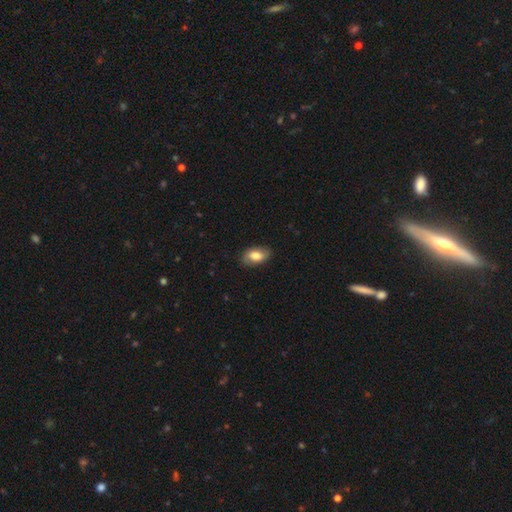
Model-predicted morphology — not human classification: This appears to be a smooth galaxy with no disk features (69%) that is in between round and cigar-shaped (91%). Merging: none (83%).